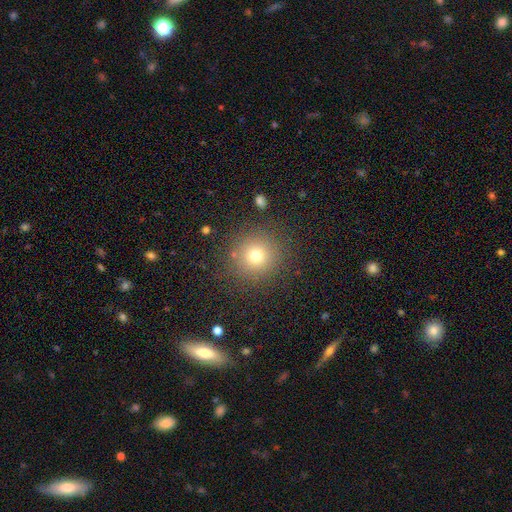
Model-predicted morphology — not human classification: Smooth or featured? smooth (73%)
How rounded? round (94%)
Merging? none (86%)